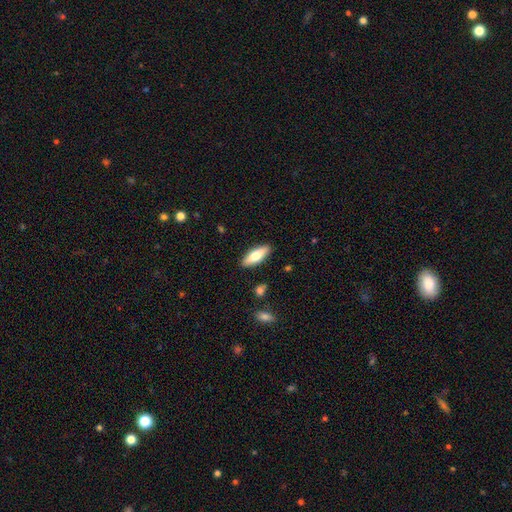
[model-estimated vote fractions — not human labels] Overall: smooth (68%). How rounded: in between (65%; cigar-shaped 33%). Merging: none (89%).